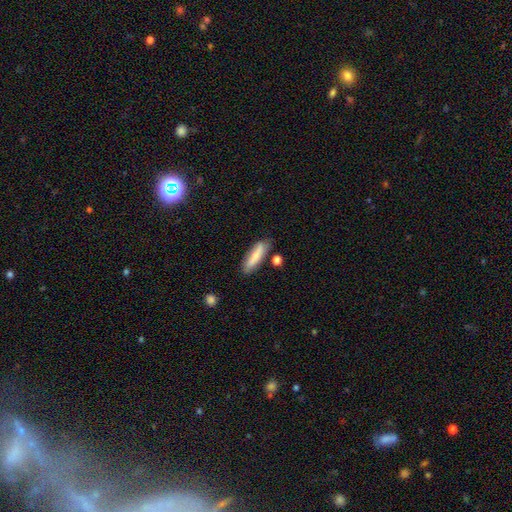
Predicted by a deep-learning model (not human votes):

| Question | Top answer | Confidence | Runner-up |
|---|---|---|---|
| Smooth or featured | smooth | 77% | featured or disk (16%) |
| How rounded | cigar-shaped | 68% | in between (30%) |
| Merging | none | 77% | minor disturbance (15%) |